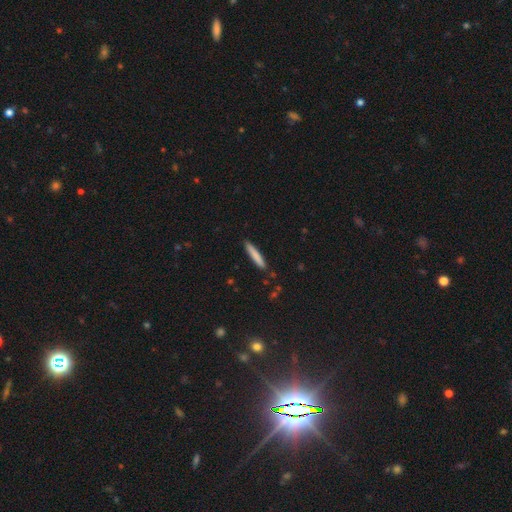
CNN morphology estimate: The model was most divided on "smooth or featured": smooth: 81%, featured or disk: 13%, star or artifact: 6%. More confident: how rounded — cigar-shaped (93%); merging — none (89%).